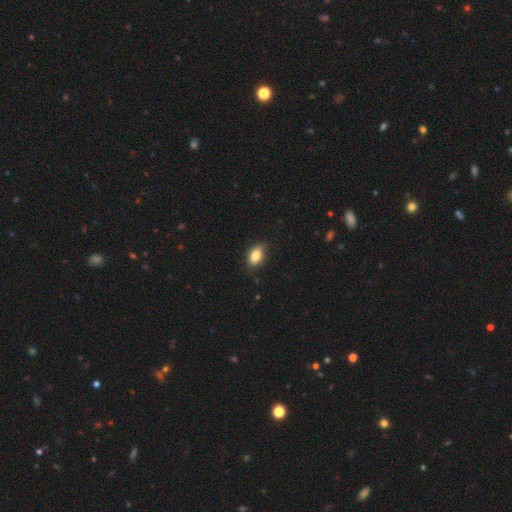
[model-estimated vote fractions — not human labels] Morphology: type=smooth (80%); roundness=in between (86%); merging=none (80%).